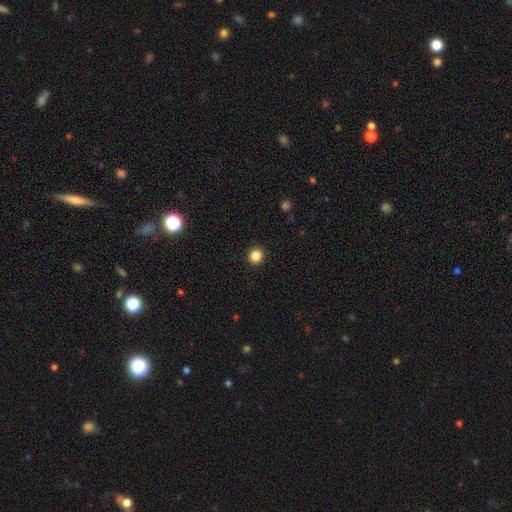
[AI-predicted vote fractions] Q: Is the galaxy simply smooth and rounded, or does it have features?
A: smooth — 85%.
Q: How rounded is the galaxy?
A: round — 94%.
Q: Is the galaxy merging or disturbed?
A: none — 94%.